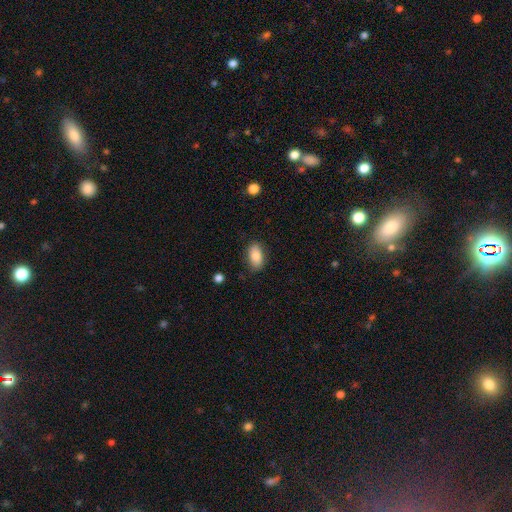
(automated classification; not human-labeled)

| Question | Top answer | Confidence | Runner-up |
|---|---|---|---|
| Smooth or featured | smooth | 85% | featured or disk (8%) |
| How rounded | in between | 92% | round (5%) |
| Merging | none | 83% | minor disturbance (13%) |